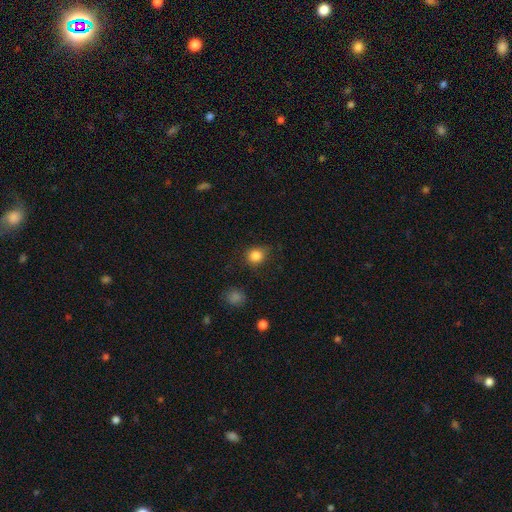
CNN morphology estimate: Overall: smooth (84%). How rounded: round (77%). Merging: none (77%).